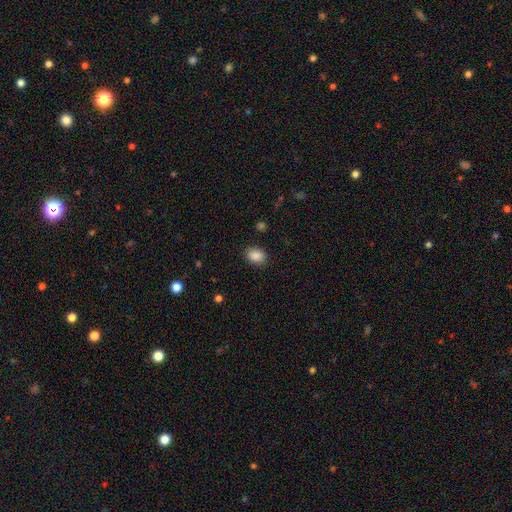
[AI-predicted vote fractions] Smooth or featured: smooth — 88% (star or artifact — 9%)
How rounded: in between — 66% (round — 34%)
Merging: none — 86% (minor disturbance — 10%)